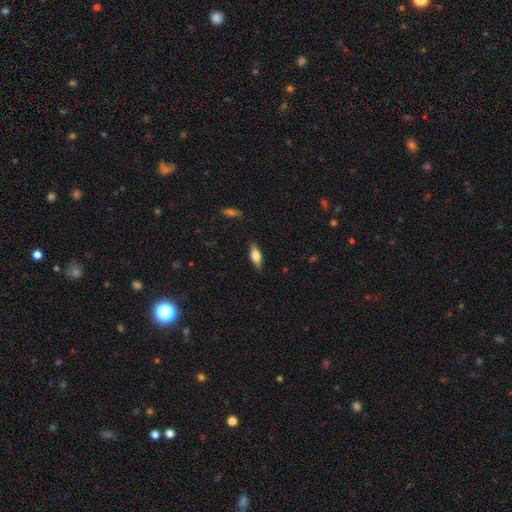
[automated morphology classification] Q: Smooth or featured?
A: smooth (60%); runner-up: featured or disk (33%)
Q: How rounded?
A: in between (69%); runner-up: cigar-shaped (28%)
Q: Merging?
A: none (84%); runner-up: minor disturbance (12%)